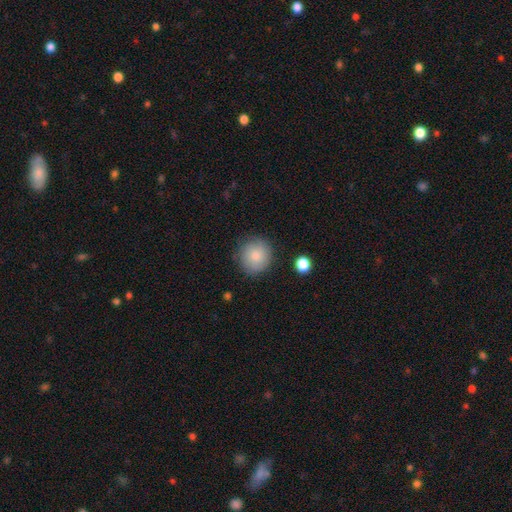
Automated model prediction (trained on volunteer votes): Smooth or featured: smooth — 83% (featured or disk — 9%)
How rounded: round — 92% (in between — 7%)
Merging: none — 83% (minor disturbance — 12%)